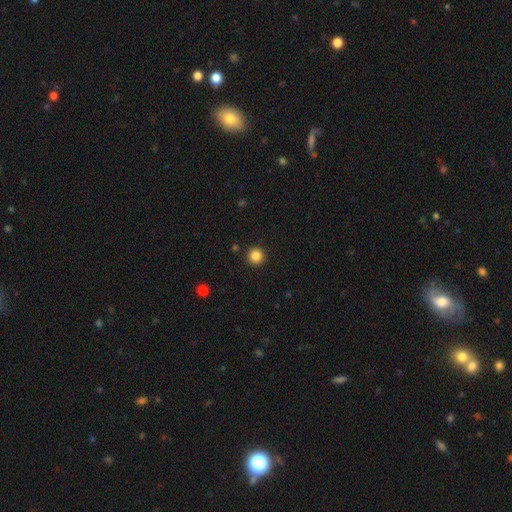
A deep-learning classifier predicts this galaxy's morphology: Q: Smooth or featured?
A: smooth (86%); runner-up: star or artifact (11%)
Q: How rounded?
A: round (96%); runner-up: in between (3%)
Q: Merging?
A: none (93%); runner-up: minor disturbance (4%)